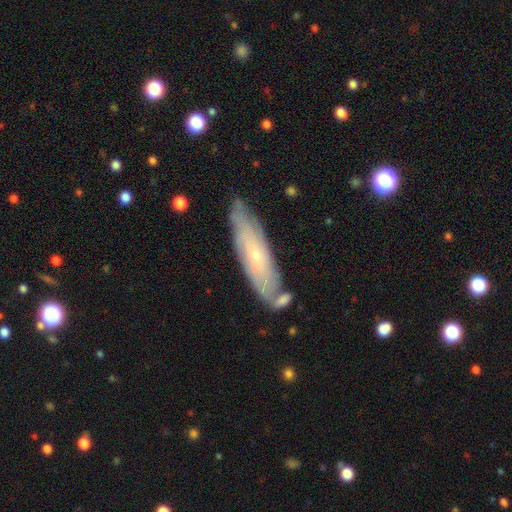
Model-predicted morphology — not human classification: This is possibly a featured or disk galaxy (58%). It is likely not viewed edge-on (63%). Merging: likely none (76%).